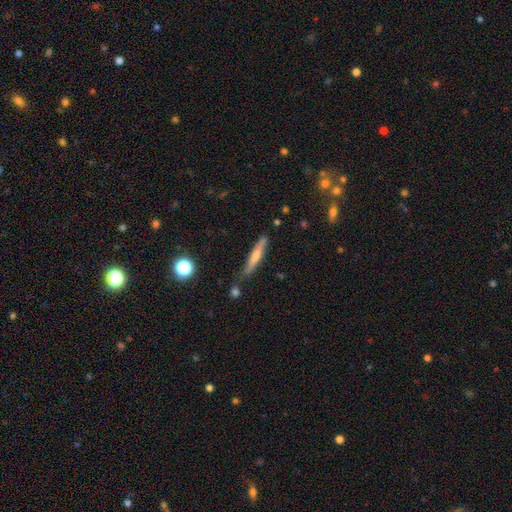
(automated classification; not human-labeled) Overall: featured or disk (47%; smooth 45%). Merging: none (76%).